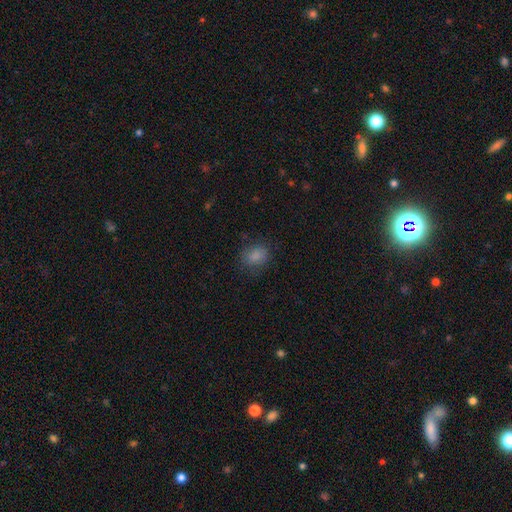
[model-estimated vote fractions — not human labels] Smooth or featured? Predicted: smooth (p=0.84). How rounded? Predicted: in between (p=0.50). Merging? Predicted: none (p=0.77).